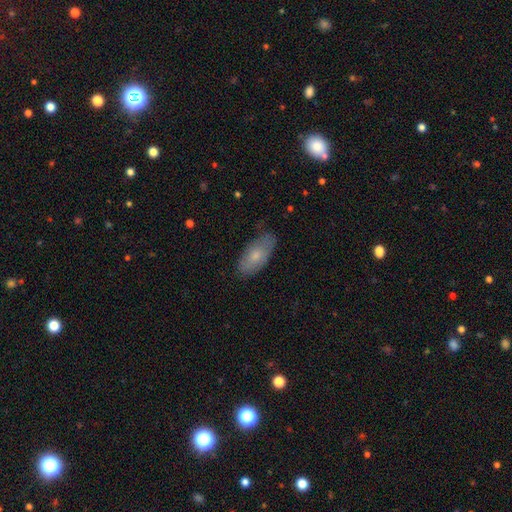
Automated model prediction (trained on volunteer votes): This appears to be a smooth galaxy with no disk features (71%) that is in between round and cigar-shaped (87%). Merging: none (74%).